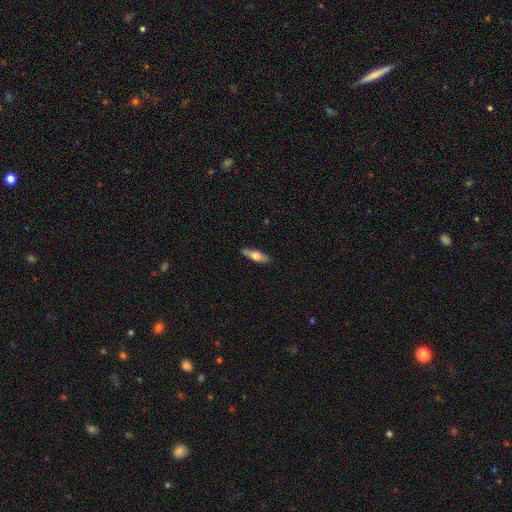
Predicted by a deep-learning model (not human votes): Smooth or featured? smooth (62%)
How rounded? cigar-shaped (54%)
Merging? none (86%)